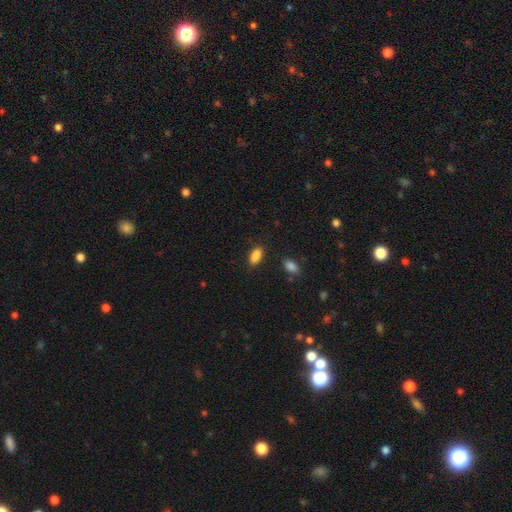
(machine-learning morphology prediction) The model was most divided on "merging": none: 84%, minor disturbance: 11%, major disturbance: 3%, merger: 2%. More confident: how rounded — in between (90%); smooth or featured — smooth (88%).